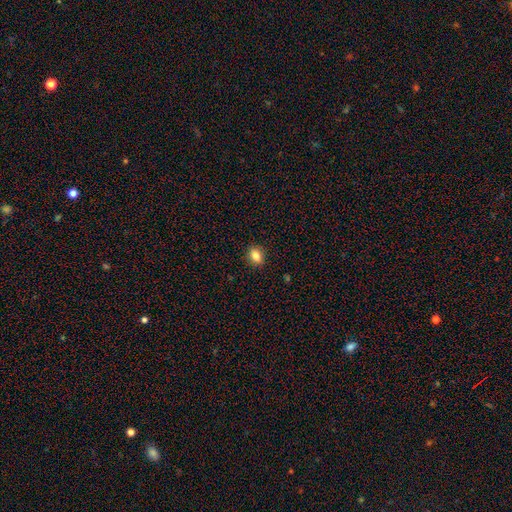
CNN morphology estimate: Q: Smooth or featured?
A: smooth (83%); runner-up: star or artifact (10%)
Q: How rounded?
A: in between (59%); runner-up: round (39%)
Q: Merging?
A: none (89%); runner-up: minor disturbance (8%)